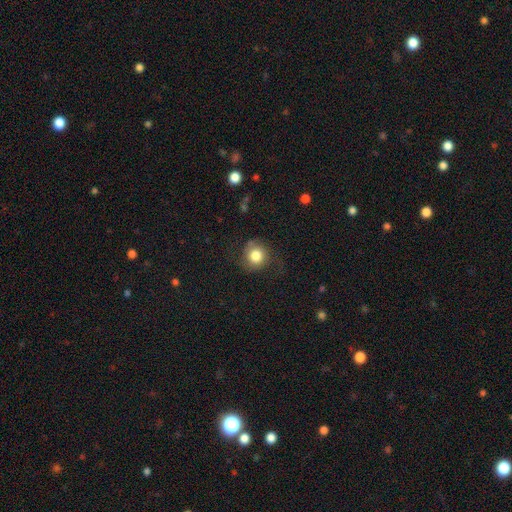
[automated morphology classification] Overall: smooth (73%). How rounded: round (87%). Merging: none (65%).